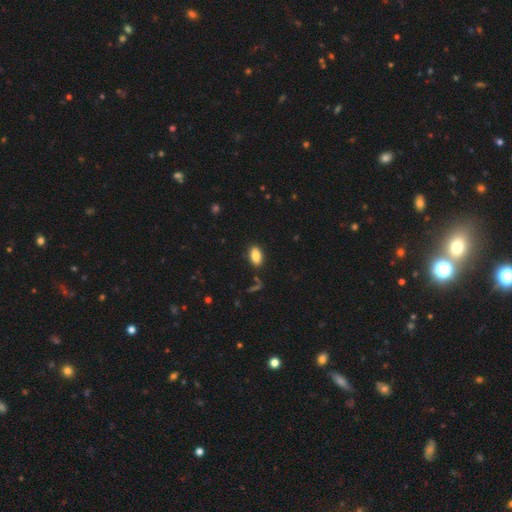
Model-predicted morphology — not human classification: type=smooth (86%); roundness=in between (91%); merging=none (85%).